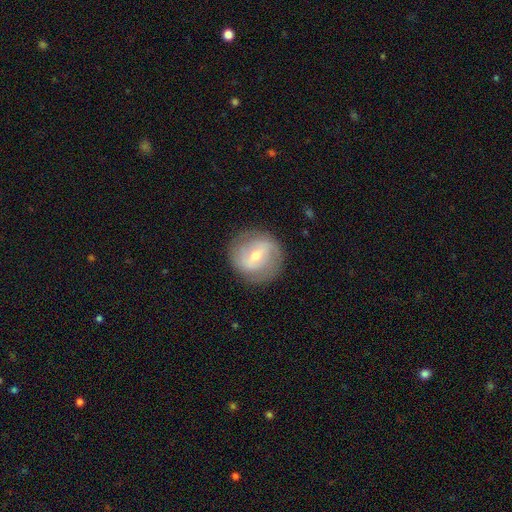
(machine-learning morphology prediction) A featured or disk galaxy (63%) with a weak bar (47%), spiral arms (71%) and a moderate central bulge (51%).

Vote fractions:
- Smooth or featured? featured or disk: 63% / smooth: 30% / star or artifact: 7%
- Edge-on disk? no: 96% / yes: 4%
- Bar? weak: 47% / strong: 31% / no: 22%
- Spiral arms? yes: 71% / no: 29%
- Bulge size? moderate: 51% / small: 45% / large: 2% / none: 1% / dominant: 1%
- Merging? none: 83% / minor disturbance: 11% / major disturbance: 5% / merger: 1%